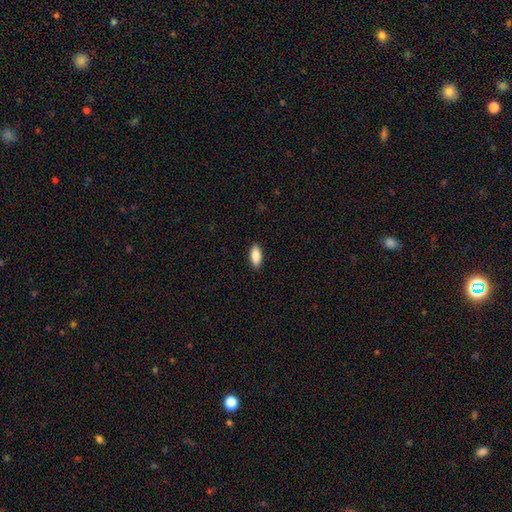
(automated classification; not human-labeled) smooth_or_featured: smooth (p=0.86) [alt: featured or disk p=0.08]
how_rounded: in between (p=0.82) [alt: cigar-shaped p=0.15]
merging: none (p=0.89) [alt: minor disturbance p=0.08]